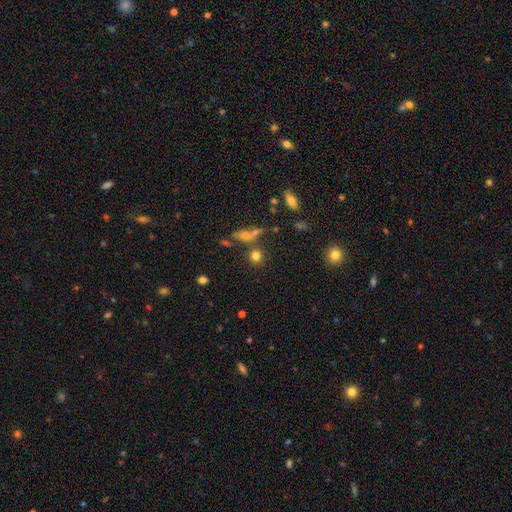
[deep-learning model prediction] This is likely a smooth galaxy (77%). How rounded: clearly round (84%). Merging: likely none (69%).